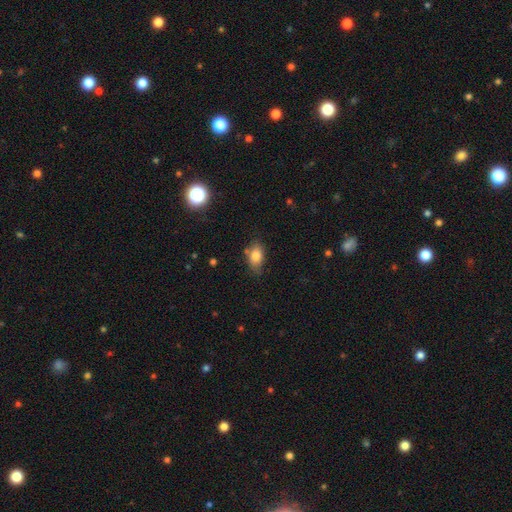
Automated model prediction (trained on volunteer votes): smooth-or-featured: smooth: 81% | featured or disk: 10% | star or artifact: 8%
  how-rounded: in between: 86% | round: 11% | cigar-shaped: 3%
  merging: none: 68% | minor disturbance: 23% | major disturbance: 5% | merger: 4%